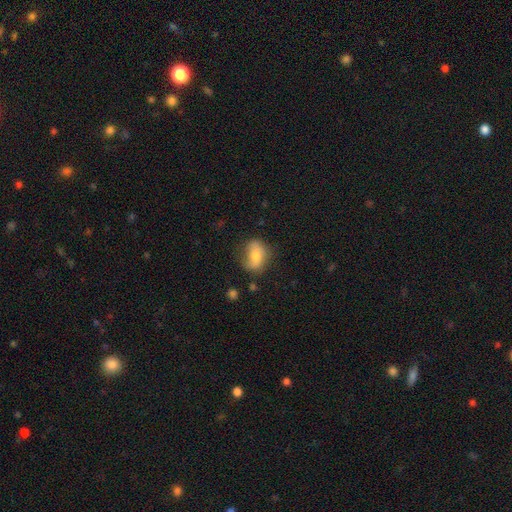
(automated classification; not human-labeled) This is likely a smooth galaxy (62%). How rounded: likely in between (66%). Merging: likely none (63%).